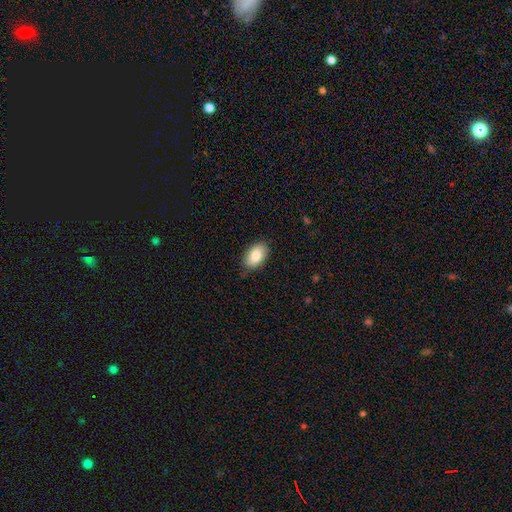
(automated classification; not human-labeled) Smooth or featured: smooth — 85% (featured or disk — 8%)
How rounded: in between — 93% (round — 6%)
Merging: none — 84% (minor disturbance — 13%)